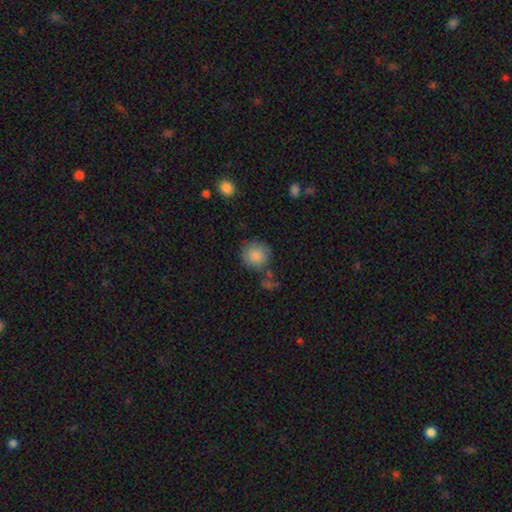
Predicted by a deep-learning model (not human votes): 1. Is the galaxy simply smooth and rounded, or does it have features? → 86% smooth, 8% star or artifact, 6% featured or disk.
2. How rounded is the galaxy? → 90% round, 9% in between, 1% cigar-shaped.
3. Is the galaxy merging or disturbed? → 71% none, 15% minor disturbance, 9% merger, 5% major disturbance.